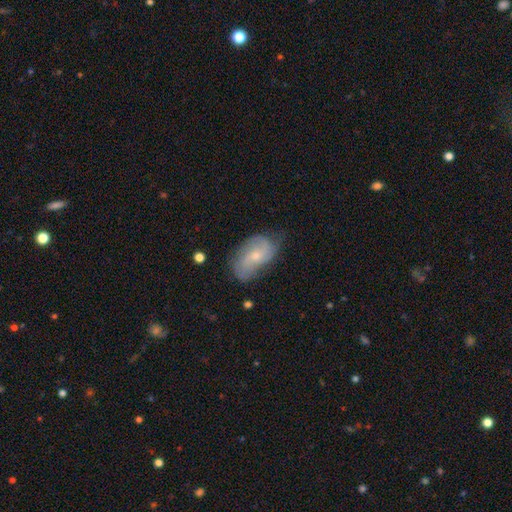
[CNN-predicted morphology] Q: Smooth or featured?
A: featured or disk (60%); runner-up: smooth (33%)
Q: Edge-on disk?
A: no (95%); runner-up: yes (5%)
Q: Bar?
A: no (66%); runner-up: weak (29%)
Q: Spiral arms?
A: yes (85%); runner-up: no (15%)
Q: Bulge size?
A: small (63%); runner-up: moderate (32%)
Q: Merging?
A: none (58%); runner-up: minor disturbance (30%)